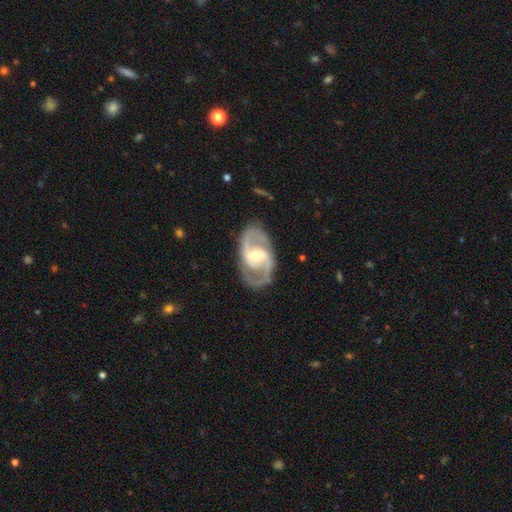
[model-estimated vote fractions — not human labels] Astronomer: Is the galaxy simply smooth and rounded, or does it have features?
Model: featured or disk — 90%.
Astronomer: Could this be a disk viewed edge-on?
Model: no — 97%.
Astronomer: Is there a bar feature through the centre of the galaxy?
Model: weak — 48% (runner-up: no, 27%).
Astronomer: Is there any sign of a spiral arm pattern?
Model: yes — 97%.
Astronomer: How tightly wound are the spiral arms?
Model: medium — 59%.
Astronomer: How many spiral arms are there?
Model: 2 — 89%.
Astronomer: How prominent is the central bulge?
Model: moderate — 53% (runner-up: small, 40%).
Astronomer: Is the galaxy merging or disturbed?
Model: none — 82%.